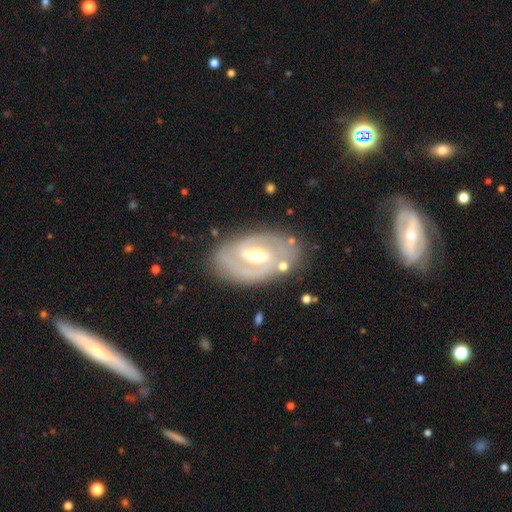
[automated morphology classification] featured or disk 83%, smooth 12%, star or artifact 5%. Down the decision tree: edge-on disk — no (95%); bar — strong (44%); spiral arms — yes (84%); spiral arm count — 2 (82%); spiral winding — medium (44%); bulge size — moderate (69%); merging — none (78%).